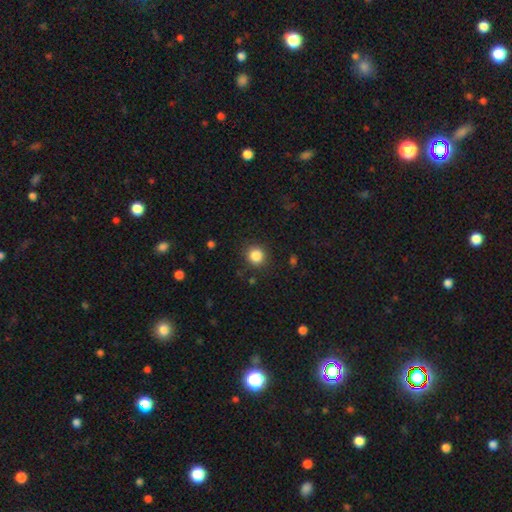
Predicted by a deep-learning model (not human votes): Q: Smooth or featured?
A: smooth (85%); runner-up: star or artifact (11%)
Q: How rounded?
A: round (89%); runner-up: in between (10%)
Q: Merging?
A: none (88%); runner-up: minor disturbance (8%)